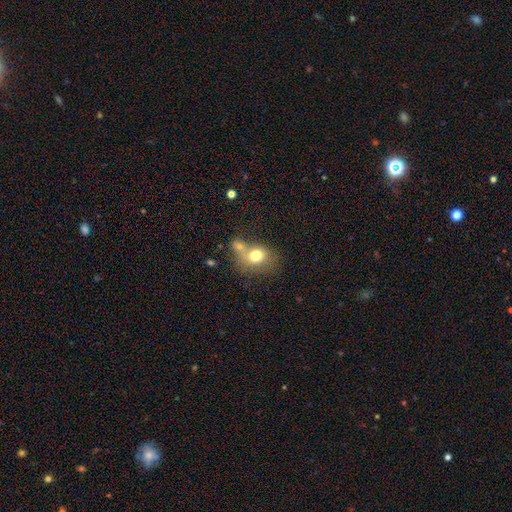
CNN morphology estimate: A smooth galaxy with no disk features (74%) that is round (56%). Merging: merger (46%).